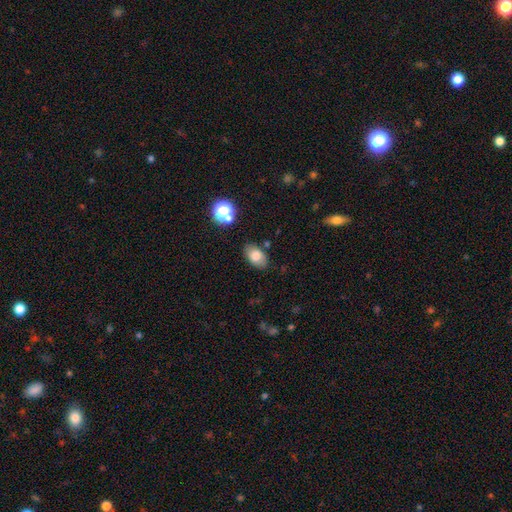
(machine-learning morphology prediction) type=smooth (78%); roundness=in between (89%); merging=none (82%).